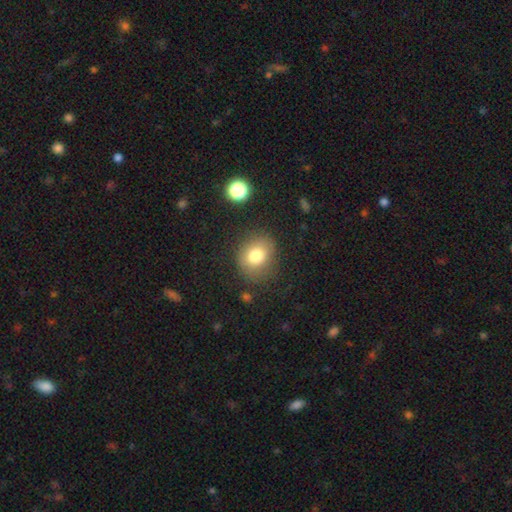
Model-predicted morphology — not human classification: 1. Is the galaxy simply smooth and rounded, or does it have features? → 78% smooth, 11% featured or disk, 11% star or artifact.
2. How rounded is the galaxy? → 64% round, 35% in between, 1% cigar-shaped.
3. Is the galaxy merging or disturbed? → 77% none, 15% minor disturbance, 6% major disturbance, 2% merger.